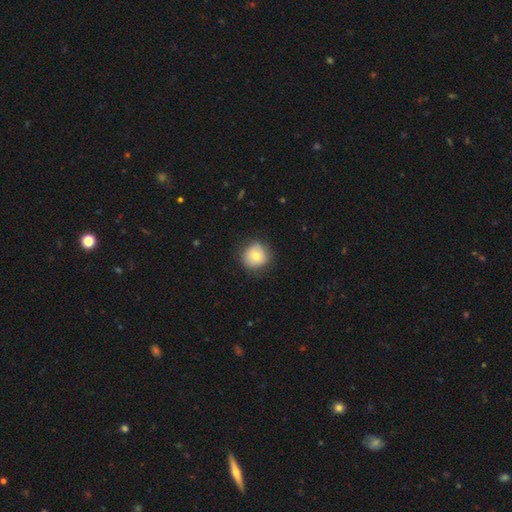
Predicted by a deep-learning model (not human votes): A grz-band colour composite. It shows a smooth galaxy with no disk features (74%) that is round (91%). Merging: none (80%).